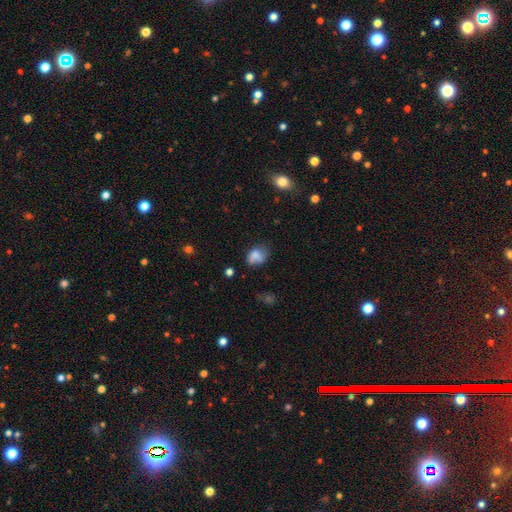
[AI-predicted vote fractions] This is likely a smooth galaxy (73%). How rounded: likely in between (65%). Merging: possibly none (45%).